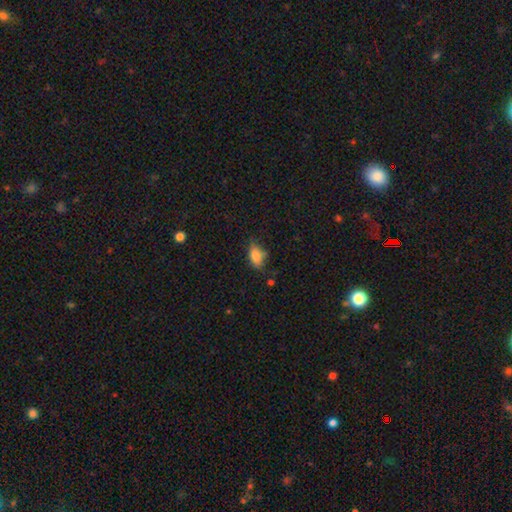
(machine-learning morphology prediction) Smooth or featured? smooth (80%)
How rounded? in between (87%)
Merging? none (64%)